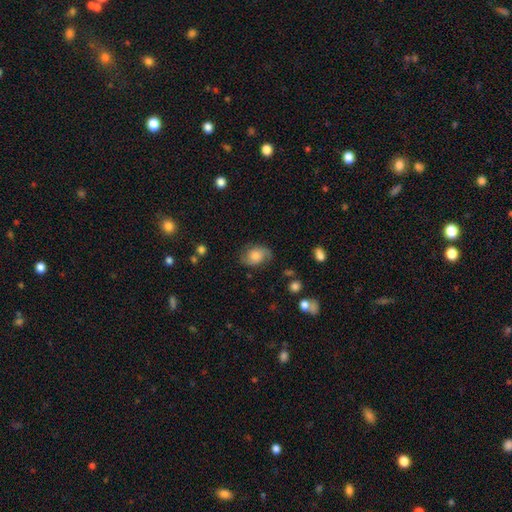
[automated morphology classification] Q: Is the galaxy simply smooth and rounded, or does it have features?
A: featured or disk — 52%.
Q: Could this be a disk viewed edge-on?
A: no — 96%.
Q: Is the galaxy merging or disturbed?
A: none — 69%.